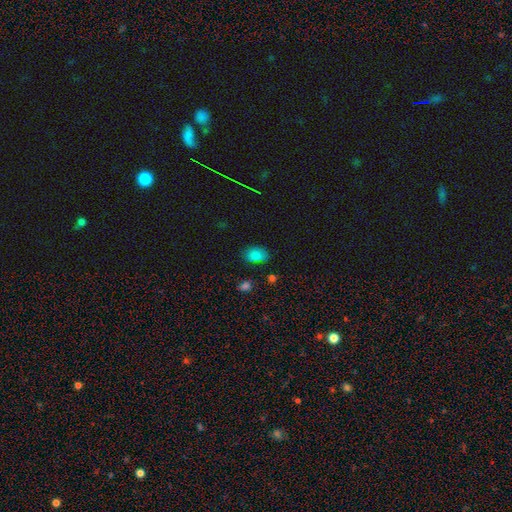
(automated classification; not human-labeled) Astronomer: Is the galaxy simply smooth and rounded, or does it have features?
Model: smooth — 79%.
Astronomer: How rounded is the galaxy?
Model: in between — 80%.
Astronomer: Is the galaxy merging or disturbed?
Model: none — 73%.